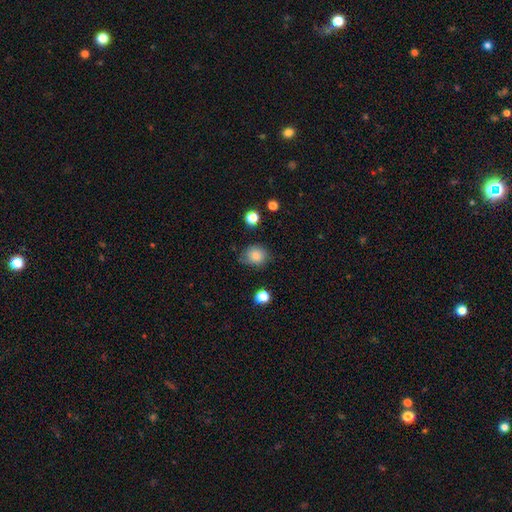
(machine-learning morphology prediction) Smooth or featured?
  - smooth: 82% *
  - star or artifact: 10%
  - featured or disk: 8%
How rounded?
  - round: 72% *
  - in between: 27%
  - cigar-shaped: 1%
Merging?
  - none: 68% *
  - minor disturbance: 24%
  - major disturbance: 5%
  - merger: 2%